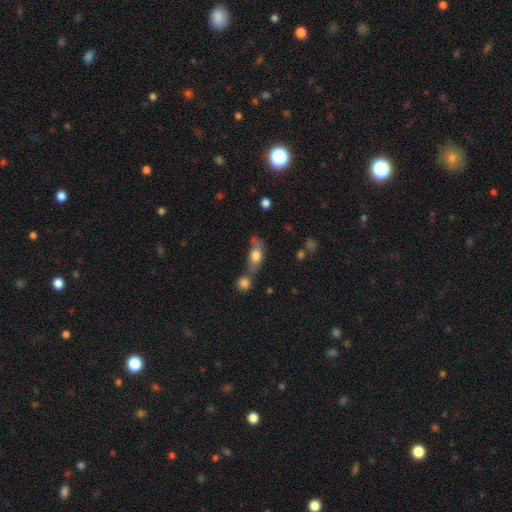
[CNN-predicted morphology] smooth_or_featured: smooth (p=0.70) [alt: featured or disk p=0.22]
how_rounded: in between (p=0.74) [alt: cigar-shaped p=0.16]
merging: none (p=0.41) [alt: merger p=0.32]